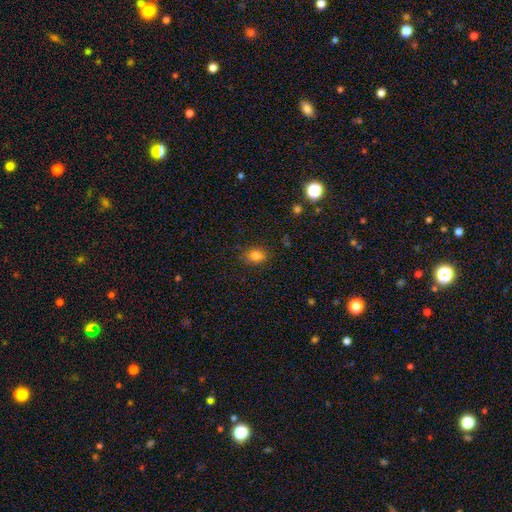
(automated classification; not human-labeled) This appears to be a smooth galaxy with no disk features (82%) that is in between round and cigar-shaped (63%). Merging: none (84%).